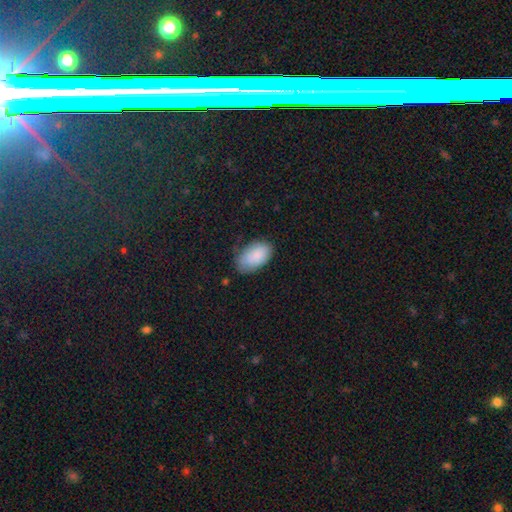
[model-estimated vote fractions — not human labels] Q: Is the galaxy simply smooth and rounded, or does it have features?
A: smooth — 86%.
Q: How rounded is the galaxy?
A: in between — 94%.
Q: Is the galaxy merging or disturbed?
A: none — 67%.